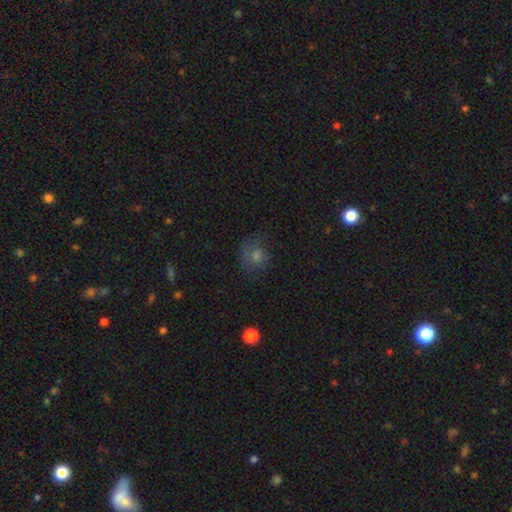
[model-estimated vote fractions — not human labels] smooth_or_featured: smooth (p=0.60) [alt: star or artifact p=0.22]
how_rounded: round (p=0.73) [alt: in between p=0.26]
merging: none (p=0.60) [alt: minor disturbance p=0.22]